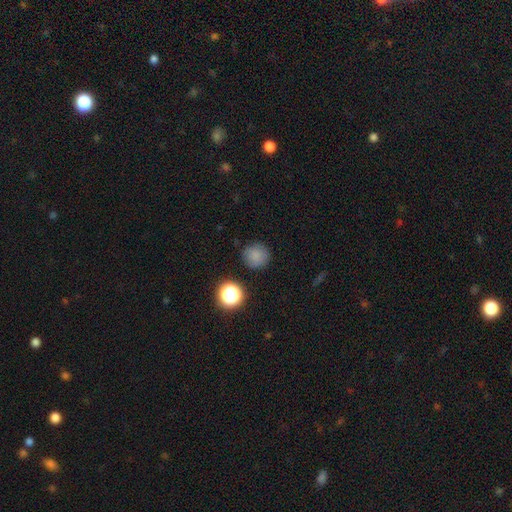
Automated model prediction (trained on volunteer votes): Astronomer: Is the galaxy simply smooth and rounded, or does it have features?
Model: smooth — 80%.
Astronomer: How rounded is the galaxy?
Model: round — 93%.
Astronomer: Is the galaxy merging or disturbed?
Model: none — 85%.